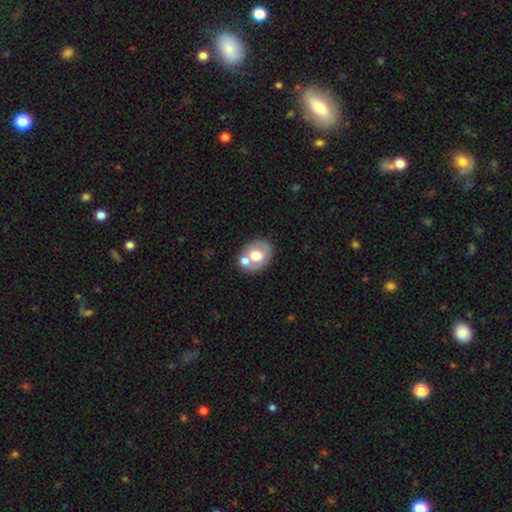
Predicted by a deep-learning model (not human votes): smooth 59%, featured or disk 34%, star or artifact 8%. Down the decision tree: how rounded — in between (61%); merging — none (55%).